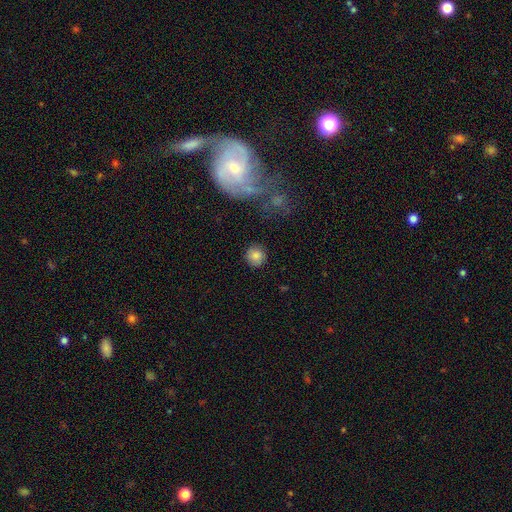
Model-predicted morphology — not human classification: Overall: smooth (82%). How rounded: round (92%). Merging: none (87%).